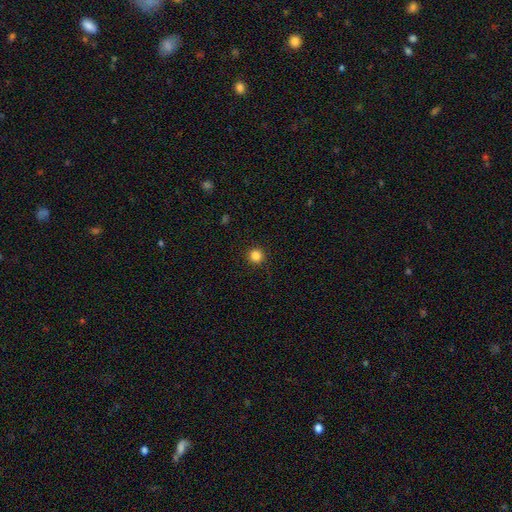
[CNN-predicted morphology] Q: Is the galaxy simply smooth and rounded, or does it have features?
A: smooth — 85%.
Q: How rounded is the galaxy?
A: round — 95%.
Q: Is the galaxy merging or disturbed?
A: none — 91%.